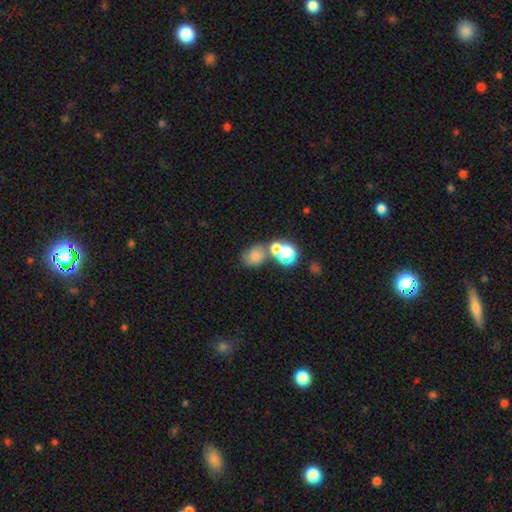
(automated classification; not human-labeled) smooth_or_featured: smooth (p=0.67) [alt: star or artifact p=0.19]
how_rounded: round (p=0.56) [alt: in between p=0.43]
merging: none (p=0.43) [alt: merger p=0.37]